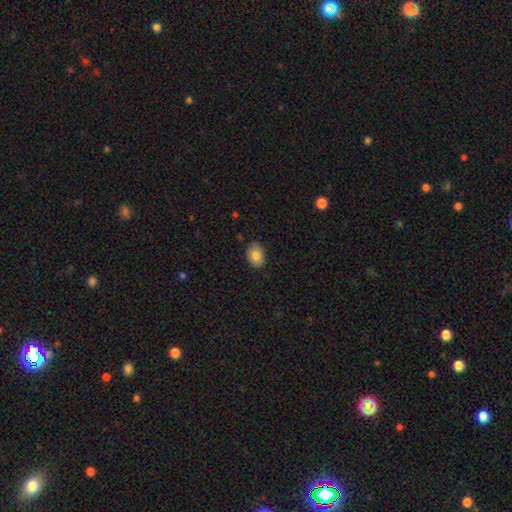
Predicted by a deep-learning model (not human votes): A smooth galaxy with no disk features (79%) that is in between round and cigar-shaped (78%). Merging: none (83%).